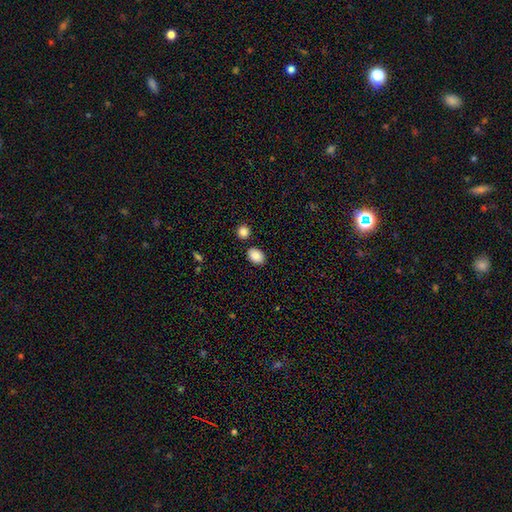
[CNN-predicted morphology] smooth-or-featured: smooth: 87% | star or artifact: 8% | featured or disk: 5%
  how-rounded: in between: 79% | round: 20% | cigar-shaped: 1%
  merging: none: 83% | minor disturbance: 9% | merger: 5% | major disturbance: 2%